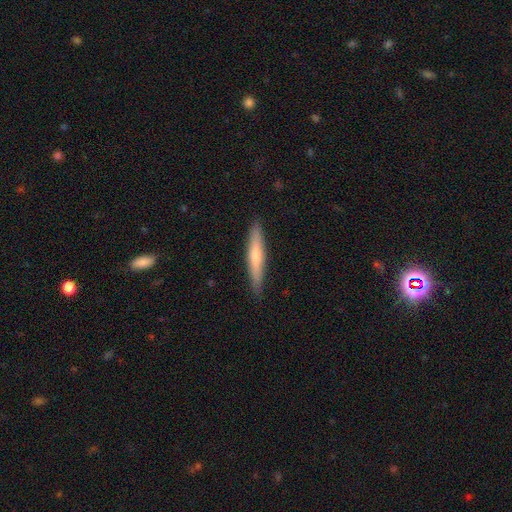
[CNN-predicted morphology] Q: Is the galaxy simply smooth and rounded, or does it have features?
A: smooth — 57%.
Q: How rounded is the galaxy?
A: cigar-shaped — 93%.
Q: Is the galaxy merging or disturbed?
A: none — 89%.